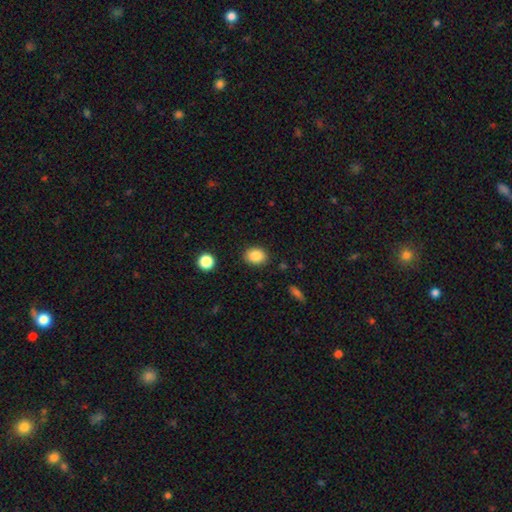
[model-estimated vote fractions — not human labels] Morphology: type=smooth (86%); roundness=in between (51%); merging=none (87%).